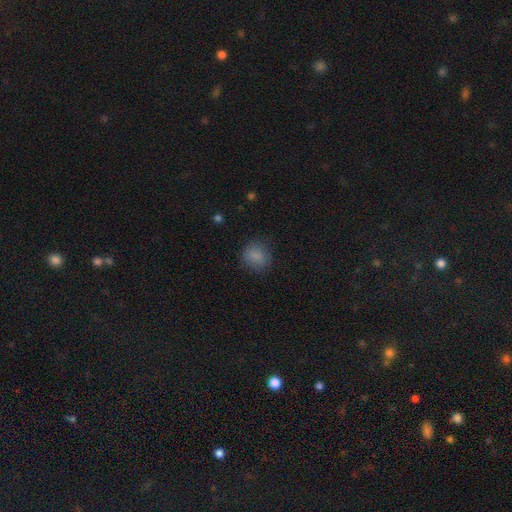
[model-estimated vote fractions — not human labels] smooth-or-featured: smooth: 85% | star or artifact: 10% | featured or disk: 5%
  how-rounded: round: 74% | in between: 25% | cigar-shaped: 1%
  merging: none: 81% | minor disturbance: 14% | major disturbance: 4% | merger: 1%